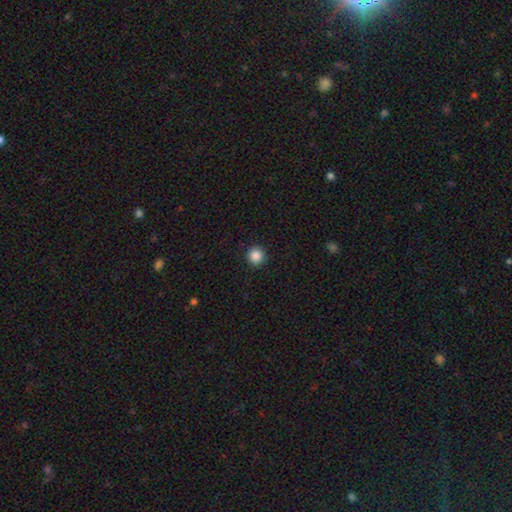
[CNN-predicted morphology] Smooth or featured? Predicted: smooth (p=0.87). How rounded? Predicted: round (p=0.95). Merging? Predicted: none (p=0.92).